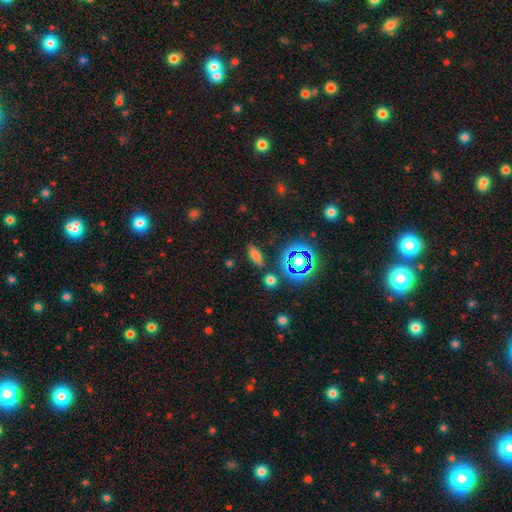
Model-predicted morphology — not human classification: Smooth or featured?
  - smooth: 67% *
  - star or artifact: 20%
  - featured or disk: 13%
How rounded?
  - in between: 69% *
  - cigar-shaped: 22%
  - round: 10%
Merging?
  - none: 83% *
  - minor disturbance: 10%
  - merger: 4%
  - major disturbance: 3%